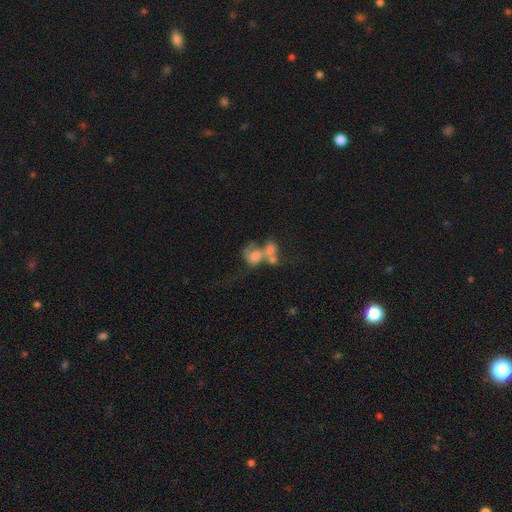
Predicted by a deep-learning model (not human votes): A smooth galaxy with no disk features (38%).

Vote fractions:
- Smooth or featured? smooth: 38% / featured or disk: 37% / star or artifact: 25%
- Merging? merger: 57% / none: 25% / major disturbance: 10% / minor disturbance: 8%